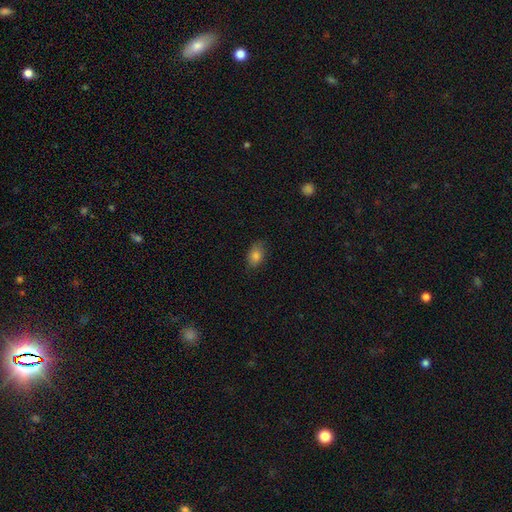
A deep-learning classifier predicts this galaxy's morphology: A smooth galaxy with no disk features (83%) that is in between round and cigar-shaped (83%). Merging: none (78%).